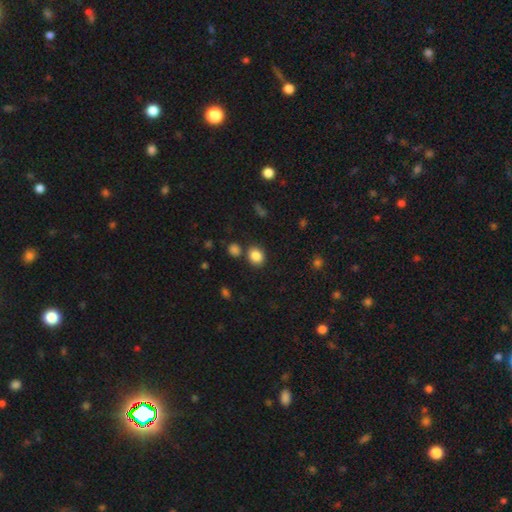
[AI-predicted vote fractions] smooth 85%, star or artifact 10%, featured or disk 4%. Down the decision tree: how rounded — round (69%); merging — none (78%).